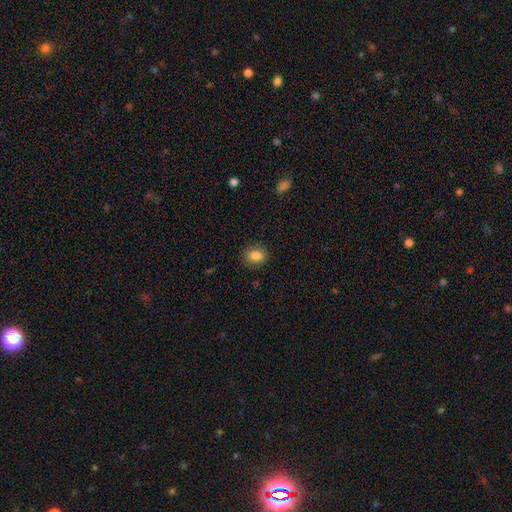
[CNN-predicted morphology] smooth_or_featured: smooth (p=0.84) [alt: star or artifact p=0.10]
how_rounded: round (p=0.51) [alt: in between p=0.48]
merging: none (p=0.85) [alt: minor disturbance p=0.11]